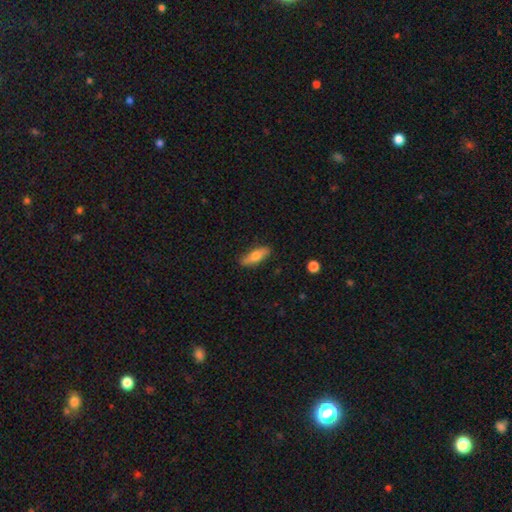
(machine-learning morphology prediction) smooth-or-featured: smooth: 64% | featured or disk: 30% | star or artifact: 6%
  how-rounded: cigar-shaped: 49% | in between: 48% | round: 3%
  merging: none: 85% | minor disturbance: 11% | major disturbance: 2% | merger: 1%